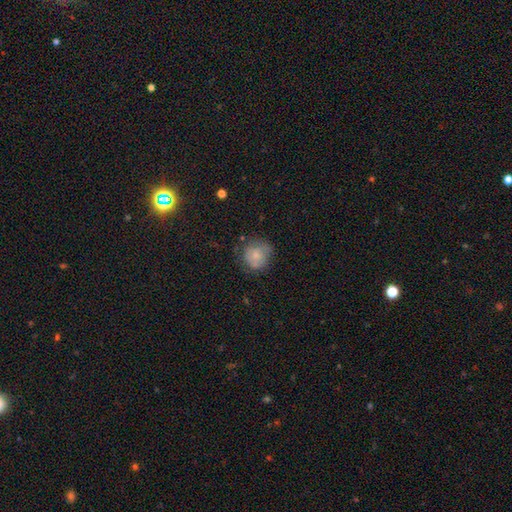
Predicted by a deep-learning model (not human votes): smooth 72%, featured or disk 19%, star or artifact 9%. Down the decision tree: how rounded — round (85%); merging — none (62%).